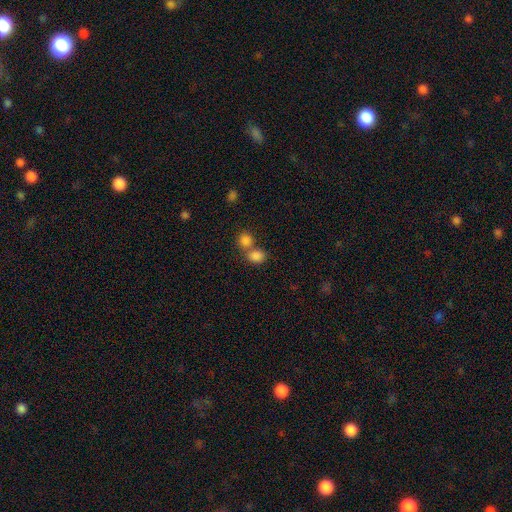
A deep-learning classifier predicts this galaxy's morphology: smooth-or-featured: smooth: 83% | star or artifact: 11% | featured or disk: 6%
  how-rounded: in between: 54% | round: 45% | cigar-shaped: 1%
  merging: merger: 48% | none: 41% | minor disturbance: 8% | major disturbance: 4%